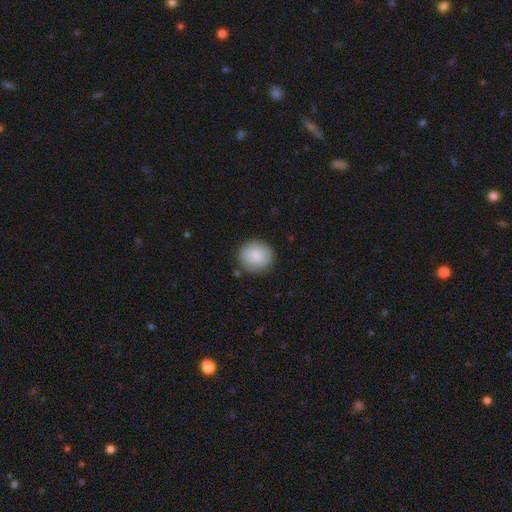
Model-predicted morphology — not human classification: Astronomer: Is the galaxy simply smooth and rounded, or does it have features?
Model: smooth — 84%.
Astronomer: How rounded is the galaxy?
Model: round — 90%.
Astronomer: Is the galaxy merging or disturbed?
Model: none — 88%.